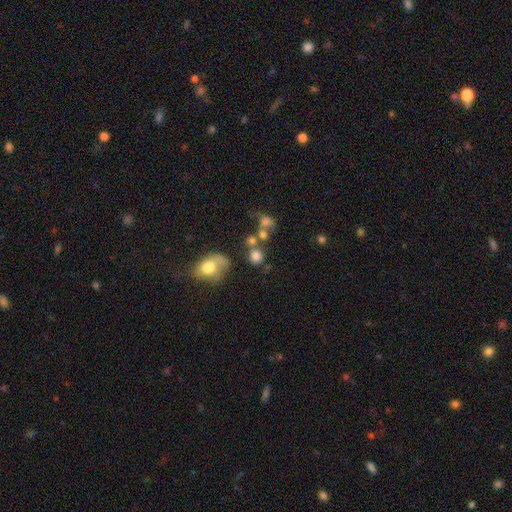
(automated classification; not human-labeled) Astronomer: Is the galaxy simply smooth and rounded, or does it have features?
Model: smooth — 75%.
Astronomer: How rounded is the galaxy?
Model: round — 77%.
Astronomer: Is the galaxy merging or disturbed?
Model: none — 51% (runner-up: merger, 26%).